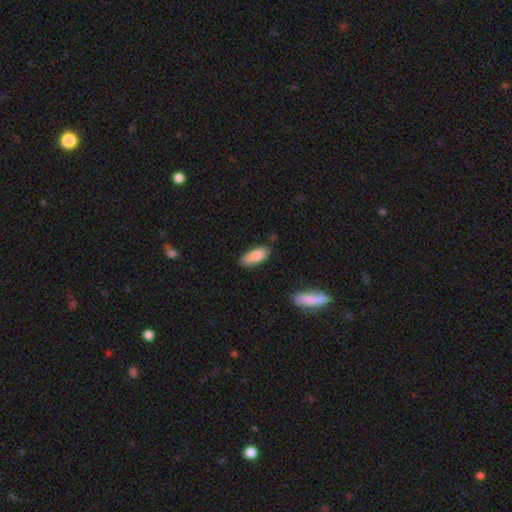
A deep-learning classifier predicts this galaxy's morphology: A smooth galaxy with no disk features (87%) that is in between round and cigar-shaped (79%). Merging: none (75%).